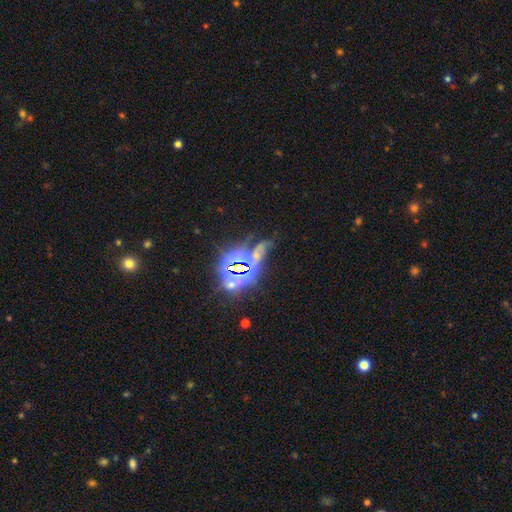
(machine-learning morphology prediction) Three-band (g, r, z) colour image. It shows a star or artifact, not a galaxy (78%).